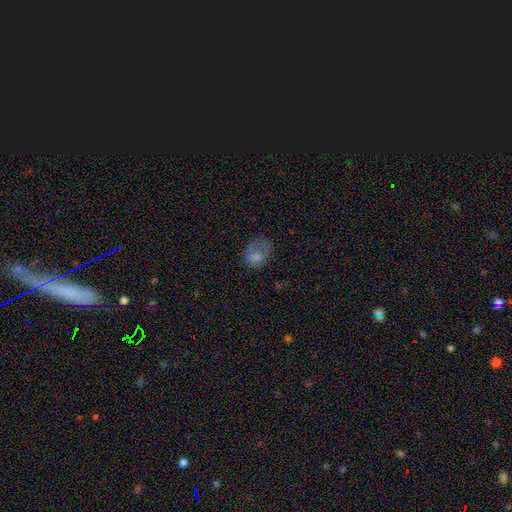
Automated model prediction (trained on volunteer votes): The model was most divided on "merging": none: 40%, minor disturbance: 28%, major disturbance: 28%, merger: 3%. More confident: smooth or featured — smooth (68%); how rounded — in between (59%).